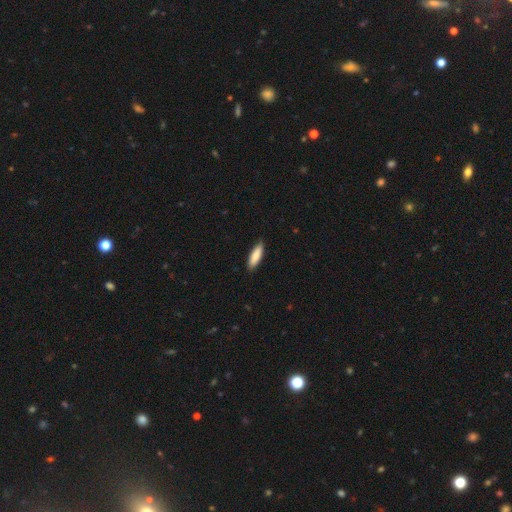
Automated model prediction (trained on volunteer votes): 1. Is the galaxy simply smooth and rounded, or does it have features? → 84% smooth, 11% featured or disk, 5% star or artifact.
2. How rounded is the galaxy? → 55% cigar-shaped, 44% in between, 1% round.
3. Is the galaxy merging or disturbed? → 87% none, 10% minor disturbance, 2% major disturbance, 1% merger.